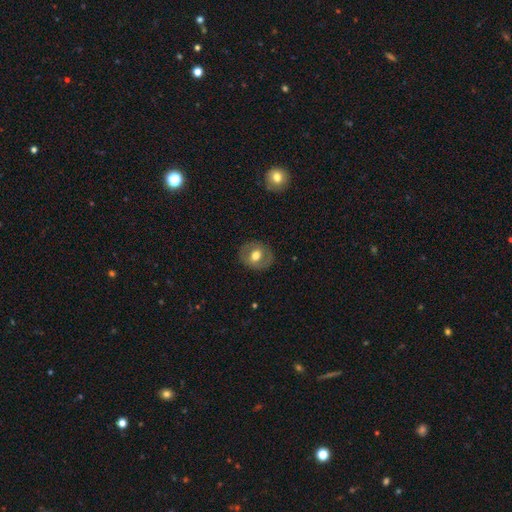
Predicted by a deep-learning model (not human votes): A smooth galaxy with no disk features (50%). Merging: none (84%).